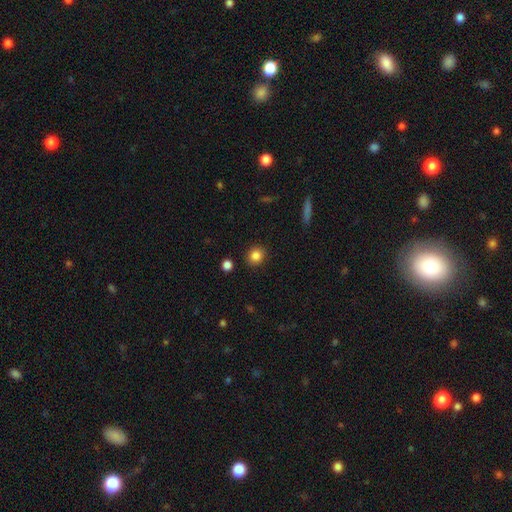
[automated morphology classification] Smooth or featured? Predicted: smooth (p=0.85). How rounded? Predicted: round (p=0.84). Merging? Predicted: none (p=0.90).